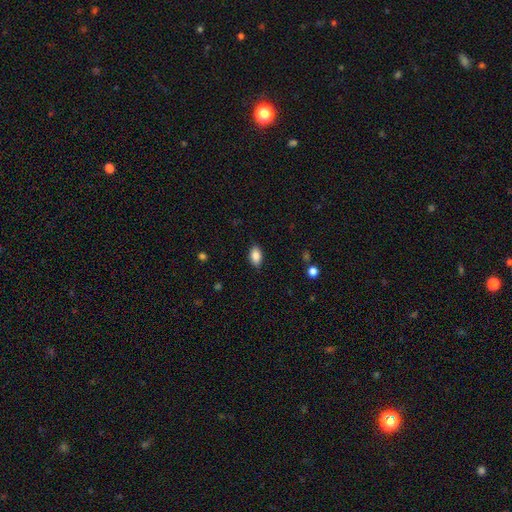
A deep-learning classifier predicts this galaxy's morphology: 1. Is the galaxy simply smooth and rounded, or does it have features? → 86% smooth, 8% star or artifact, 6% featured or disk.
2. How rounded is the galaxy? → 91% in between, 6% round, 3% cigar-shaped.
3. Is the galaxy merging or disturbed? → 85% none, 11% minor disturbance, 2% major disturbance, 1% merger.